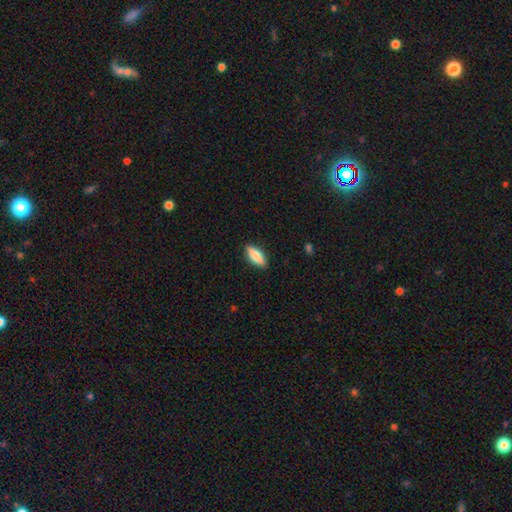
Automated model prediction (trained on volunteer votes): Morphology: type=smooth (76%); roundness=in between (72%); merging=none (88%).